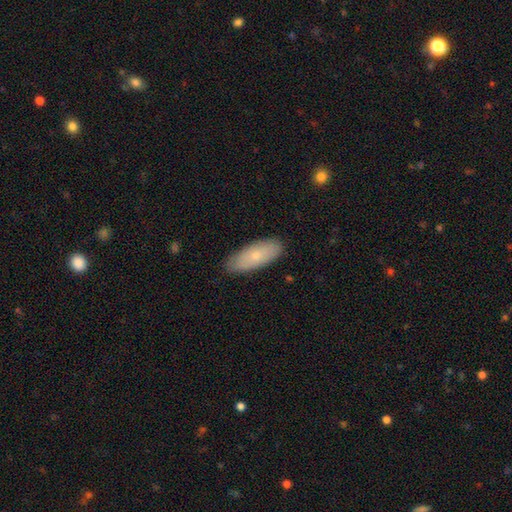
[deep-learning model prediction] Smooth or featured? Predicted: smooth (p=0.71). How rounded? Predicted: in between (p=0.78). Merging? Predicted: none (p=0.84).